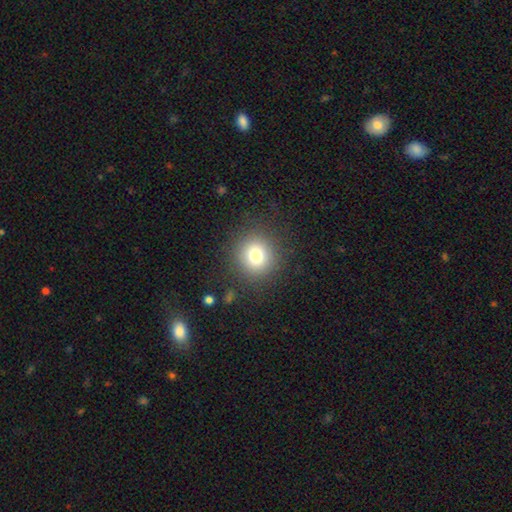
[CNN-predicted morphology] smooth_or_featured: smooth (p=0.77) [alt: star or artifact p=0.13]
how_rounded: round (p=0.92) [alt: in between p=0.07]
merging: none (p=0.88) [alt: minor disturbance p=0.07]